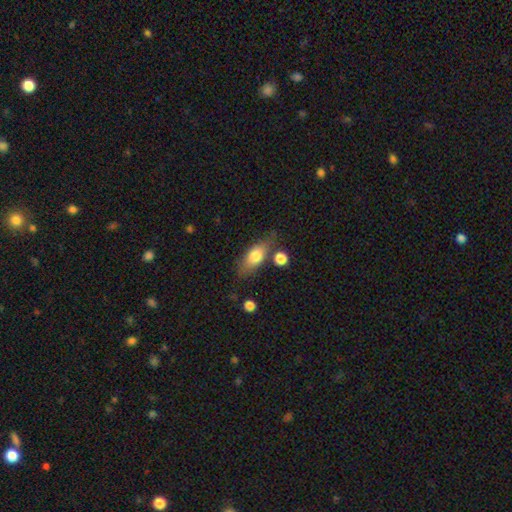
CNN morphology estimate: Smooth or featured: smooth — 75% (featured or disk — 18%)
How rounded: in between — 77% (cigar-shaped — 17%)
Merging: none — 64% (minor disturbance — 19%)